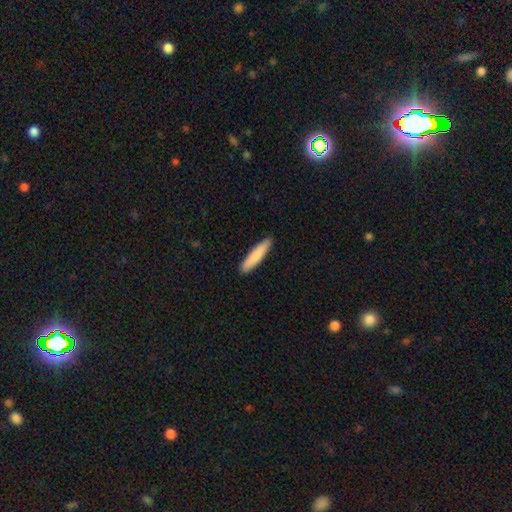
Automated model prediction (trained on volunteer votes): The model was most divided on "smooth or featured": smooth: 83%, featured or disk: 11%, star or artifact: 5%. More confident: merging — none (91%); how rounded — cigar-shaped (87%).